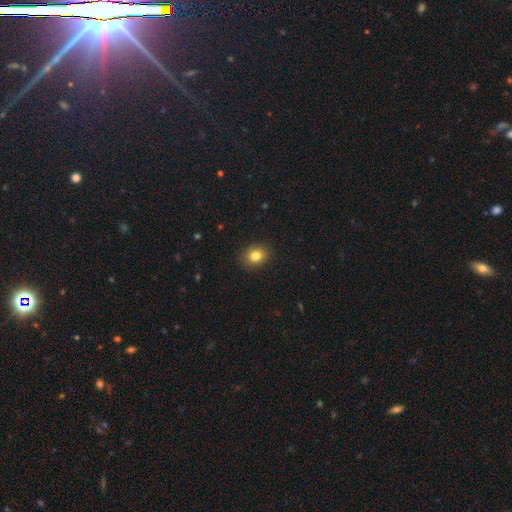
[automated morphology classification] A smooth galaxy with no disk features (83%) that is round (52%). Merging: none (89%).